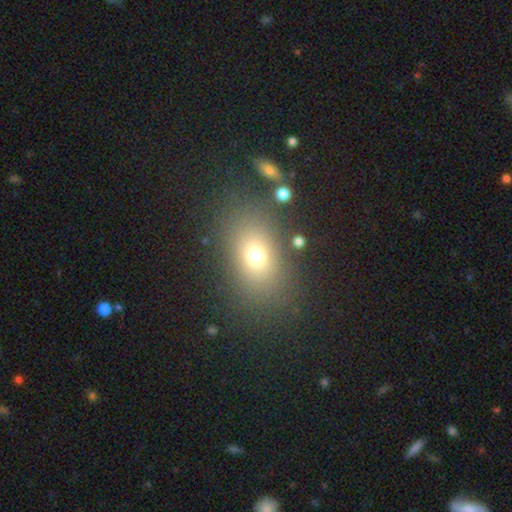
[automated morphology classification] Q: Smooth or featured?
A: smooth (71%); runner-up: star or artifact (16%)
Q: How rounded?
A: in between (73%); runner-up: round (25%)
Q: Merging?
A: none (80%); runner-up: minor disturbance (11%)